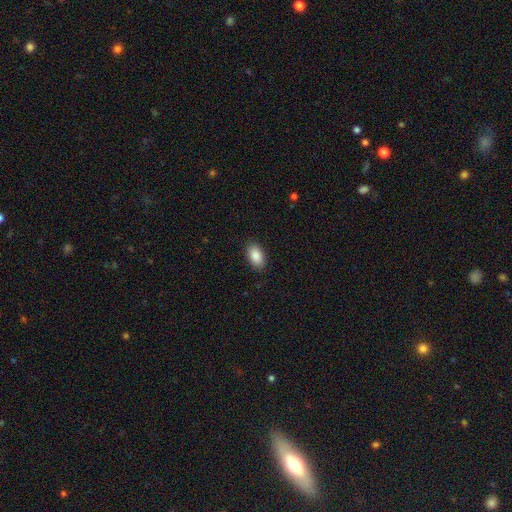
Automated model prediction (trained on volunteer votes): Morphology: type=smooth (89%); roundness=in between (94%); merging=none (89%).